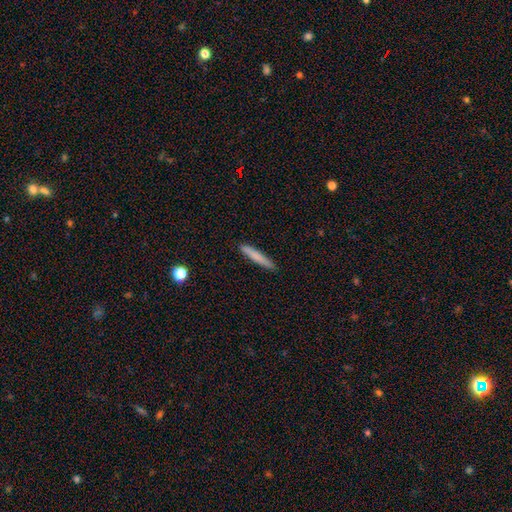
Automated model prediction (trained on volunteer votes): The model was most divided on "smooth or featured": smooth: 76%, featured or disk: 18%, star or artifact: 6%. More confident: how rounded — cigar-shaped (95%); merging — none (90%).